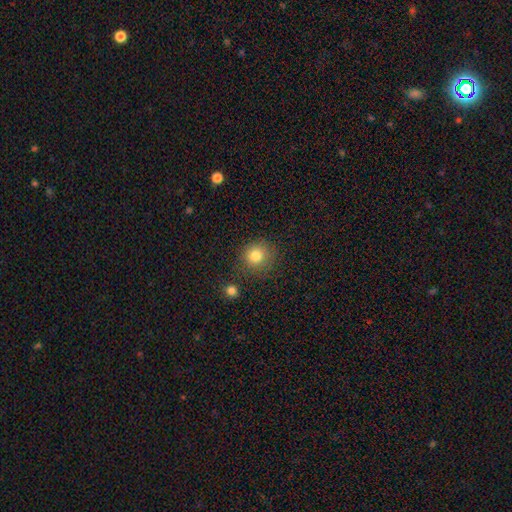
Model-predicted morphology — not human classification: Smooth or featured? smooth (82%)
How rounded? round (90%)
Merging? none (81%)